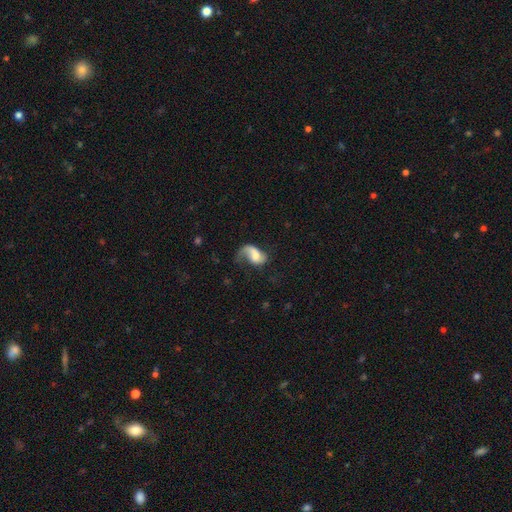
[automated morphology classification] Overall: featured or disk (63%; smooth 29%). Edge-on disk: no (97%). Bar: no (61%; weak 31%). Spiral arms: yes (86%). Spiral arm count: 1 (58%; 2 35%). Spiral winding: loose (65%; medium 26%). Bulge size: moderate (47%; small 27%). Merging: major disturbance (38%; none 34%).